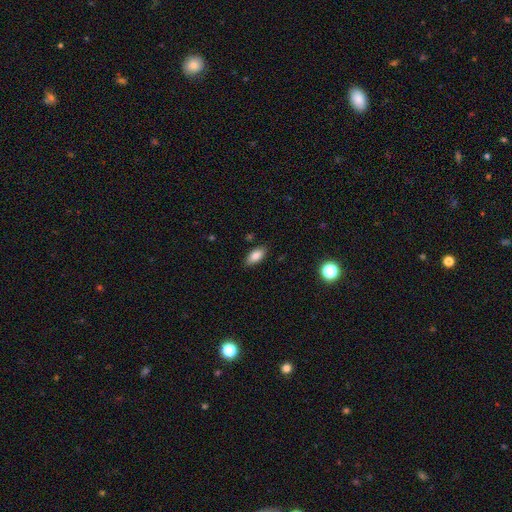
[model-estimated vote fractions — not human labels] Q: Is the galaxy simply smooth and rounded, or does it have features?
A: smooth — 85%.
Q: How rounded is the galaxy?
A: in between — 89%.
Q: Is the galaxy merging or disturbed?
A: none — 86%.